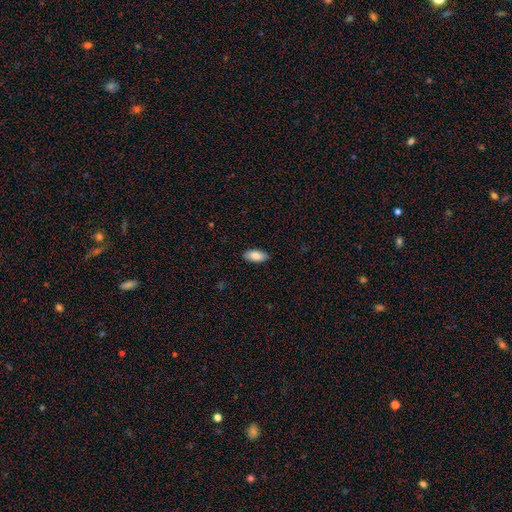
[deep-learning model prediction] smooth-or-featured: smooth: 87% | featured or disk: 7% | star or artifact: 6%
  how-rounded: in between: 91% | cigar-shaped: 7% | round: 2%
  merging: none: 88% | minor disturbance: 9% | major disturbance: 2% | merger: 1%